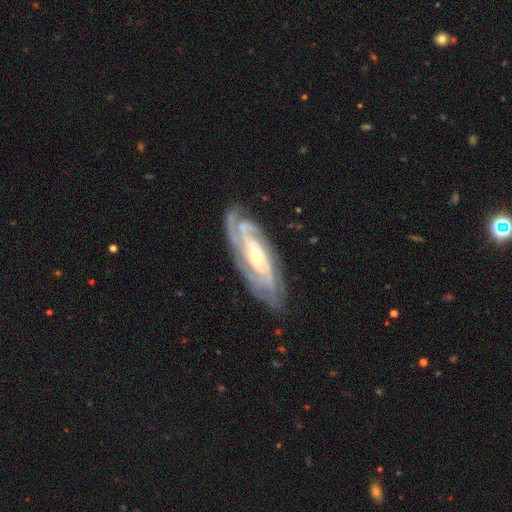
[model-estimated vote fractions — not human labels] A featured or disk galaxy (90%) with no bar (50%), 3 (30%) tight (72%) spiral arms (98%) and a small central bulge (59%). Merging: none (79%).